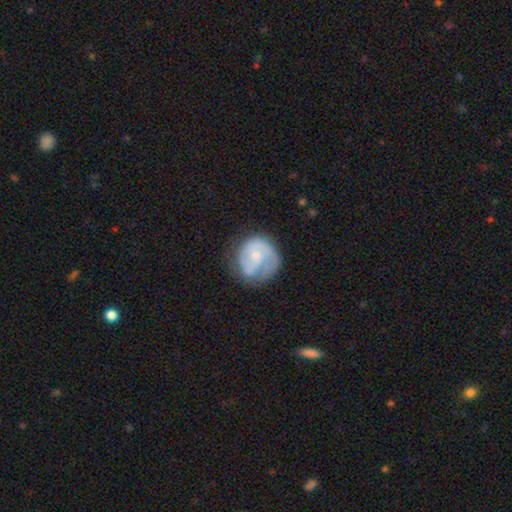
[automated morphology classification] A featured or disk galaxy (65%) with no bar (72%), 2 (37%) tight (48%) spiral arms (85%) and a small central bulge (65%).

Vote fractions:
- Smooth or featured? featured or disk: 65% / smooth: 29% / star or artifact: 6%
- Edge-on disk? no: 98% / yes: 2%
- Bar? no: 72% / weak: 24% / strong: 4%
- Spiral arms? yes: 85% / no: 15%
- Spiral winding? tight: 48% / medium: 37% / loose: 16%
- Spiral arm count? 2: 37% / can't tell: 24% / 1: 19% / 3: 14% / 4: 3% / more than 4: 3%
- Bulge size? small: 65% / moderate: 25% / none: 7% / large: 2% / dominant: 1%
- Merging? none: 57% / minor disturbance: 24% / major disturbance: 16% / merger: 2%